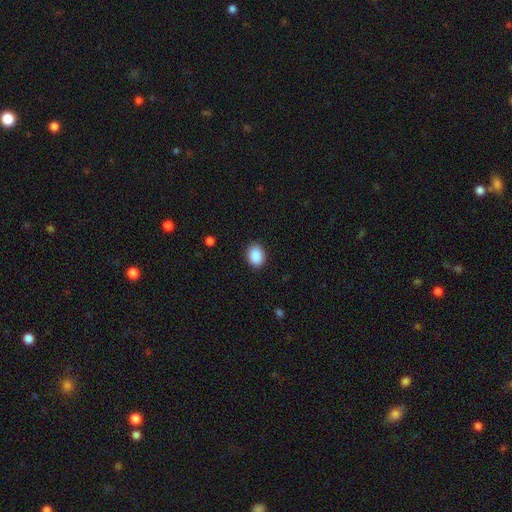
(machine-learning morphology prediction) A smooth galaxy with no disk features (90%) that is in between round and cigar-shaped (71%).

Vote fractions:
- Smooth or featured? smooth: 90% / star or artifact: 7% / featured or disk: 3%
- How rounded? in between: 71% / round: 28% / cigar-shaped: 1%
- Merging? none: 88% / minor disturbance: 9% / major disturbance: 2% / merger: 1%